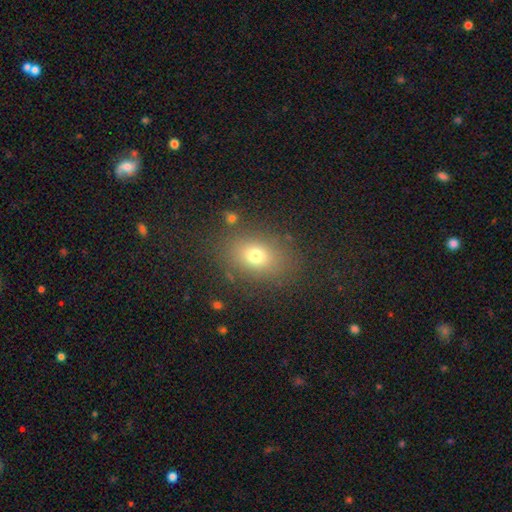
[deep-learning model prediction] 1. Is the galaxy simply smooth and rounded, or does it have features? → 72% smooth, 15% star or artifact, 12% featured or disk.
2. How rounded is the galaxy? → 64% in between, 35% round, 1% cigar-shaped.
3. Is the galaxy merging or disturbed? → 81% none, 11% minor disturbance, 5% major disturbance, 3% merger.